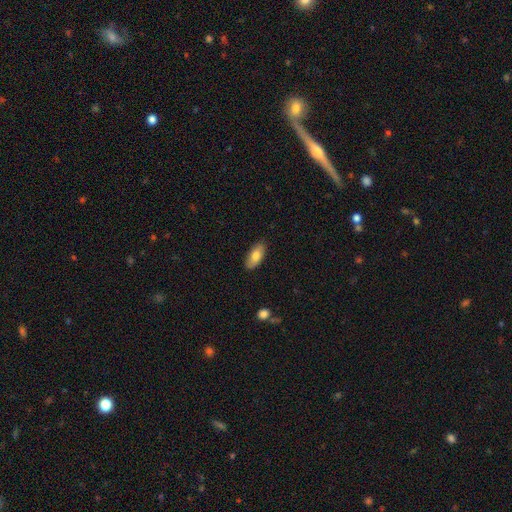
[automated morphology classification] type=smooth (77%); roundness=in between (91%); merging=none (86%).